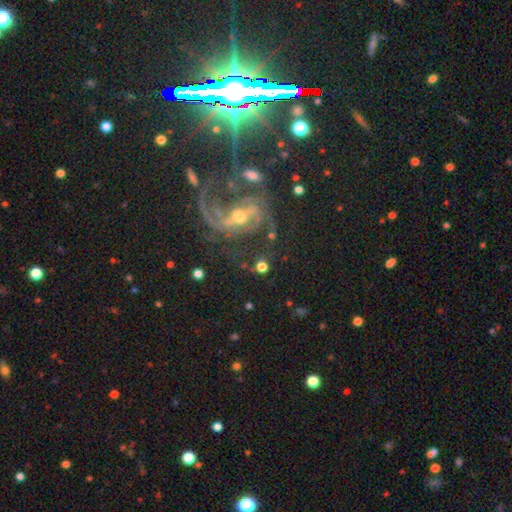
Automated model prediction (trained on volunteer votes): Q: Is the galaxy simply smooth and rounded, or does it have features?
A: featured or disk — 54%.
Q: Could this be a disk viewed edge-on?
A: no — 87%.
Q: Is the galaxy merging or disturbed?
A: none — 51%.